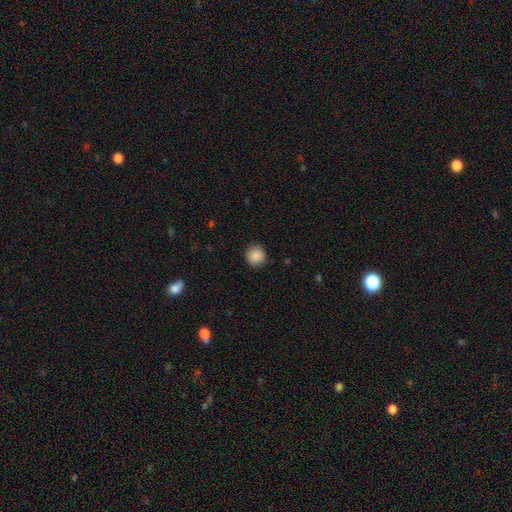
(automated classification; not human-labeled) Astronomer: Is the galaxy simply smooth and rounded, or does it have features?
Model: smooth — 88%.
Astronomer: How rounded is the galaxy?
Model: round — 93%.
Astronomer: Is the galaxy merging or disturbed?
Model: none — 90%.